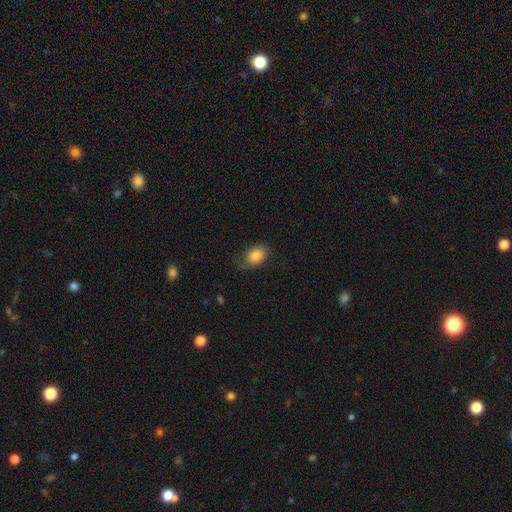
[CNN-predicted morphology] The model was most divided on "merging": none: 61%, minor disturbance: 28%, major disturbance: 10%, merger: 1%. More confident: smooth or featured — smooth (79%); how rounded — in between (78%).